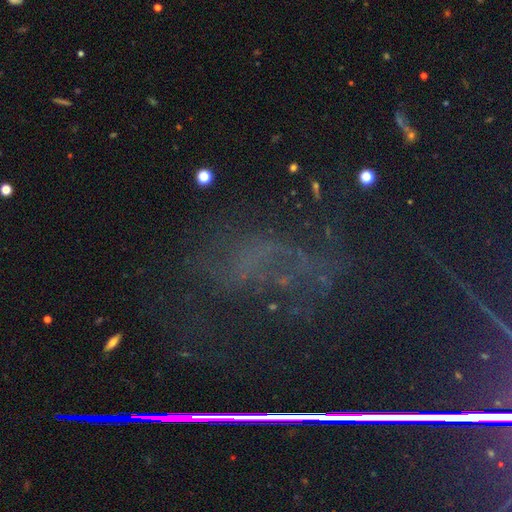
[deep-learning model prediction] The model was most divided on "smooth or featured": star or artifact: 59%, featured or disk: 25%, smooth: 16%.